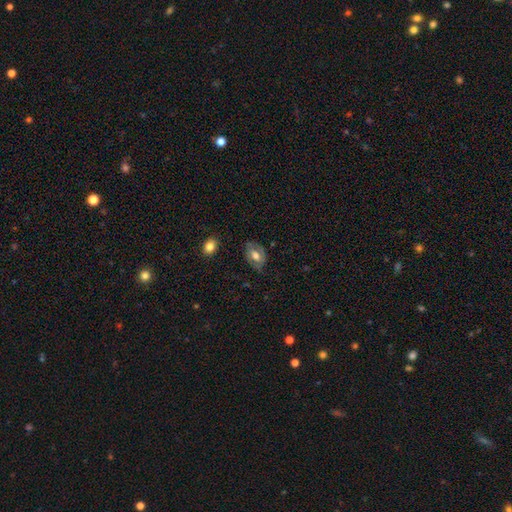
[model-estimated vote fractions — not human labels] Smooth or featured? Predicted: smooth (p=0.48). Merging? Predicted: none (p=0.71).